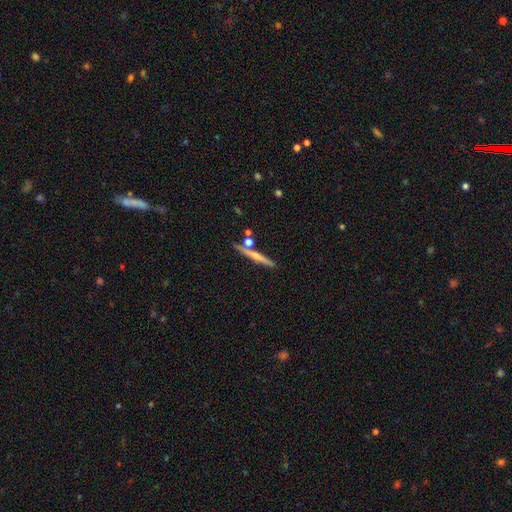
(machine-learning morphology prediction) Smooth or featured? smooth (47%)
Merging? none (78%)